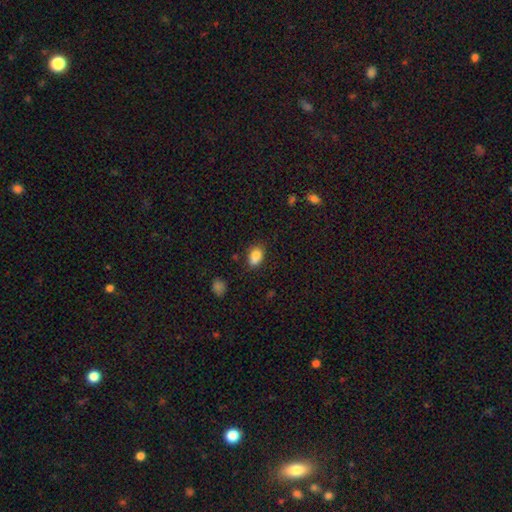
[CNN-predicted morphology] Overall: smooth (84%). How rounded: in between (79%). Merging: none (66%).